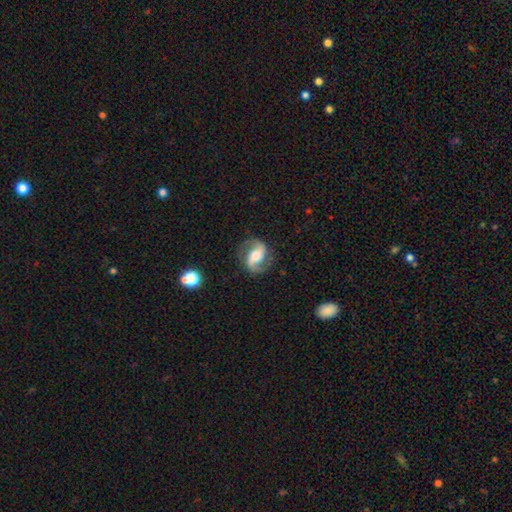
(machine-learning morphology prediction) A featured or disk galaxy (86%) with a strong bar (39%), 2 (93%) medium (49%) spiral arms (95%) and a moderate central bulge (65%).

Vote fractions:
- Smooth or featured? featured or disk: 86% / smooth: 9% / star or artifact: 5%
- Edge-on disk? no: 97% / yes: 3%
- Bar? strong: 39% / weak: 36% / no: 25%
- Spiral arms? yes: 95% / no: 5%
- Spiral winding? medium: 49% / loose: 36% / tight: 15%
- Spiral arm count? 2: 93% / can't tell: 2% / 1: 2% / 3: 1% / 4: 1% / more than 4: 1%
- Bulge size? moderate: 65% / large: 16% / small: 15% / dominant: 2% / none: 2%
- Merging? none: 83% / minor disturbance: 11% / major disturbance: 5% / merger: 1%